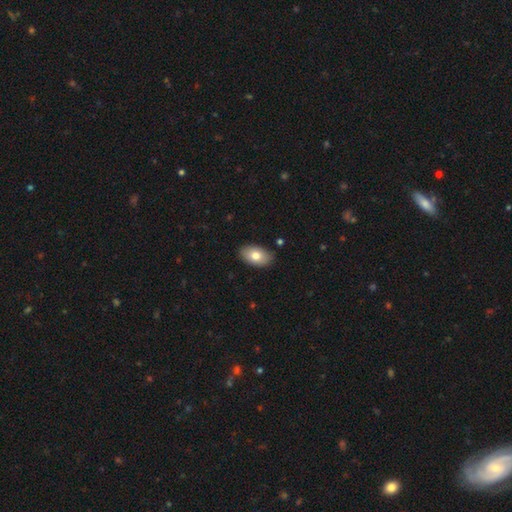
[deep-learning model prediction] smooth_or_featured: smooth (p=0.77) [alt: featured or disk p=0.16]
how_rounded: in between (p=0.92) [alt: round p=0.06]
merging: none (p=0.85) [alt: minor disturbance p=0.11]